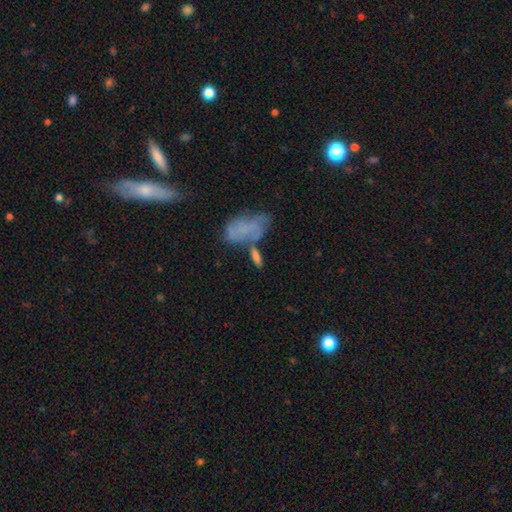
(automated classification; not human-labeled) smooth_or_featured: smooth (p=0.64) [alt: featured or disk p=0.25]
how_rounded: in between (p=0.74) [alt: cigar-shaped p=0.20]
merging: none (p=0.40) [alt: merger p=0.32]